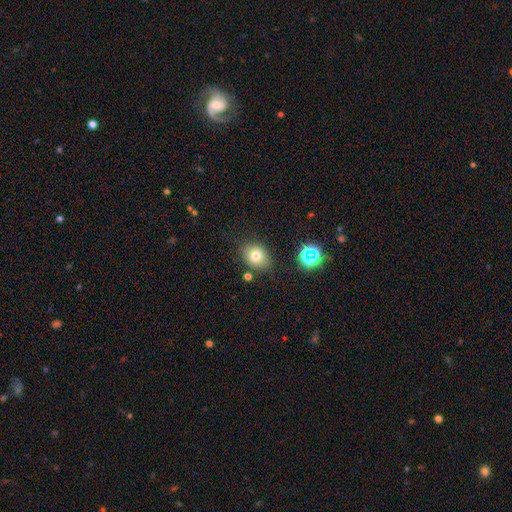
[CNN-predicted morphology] smooth-or-featured: smooth: 75% | star or artifact: 14% | featured or disk: 11%
  how-rounded: in between: 51% | round: 48% | cigar-shaped: 1%
  merging: none: 78% | minor disturbance: 14% | merger: 4% | major disturbance: 4%